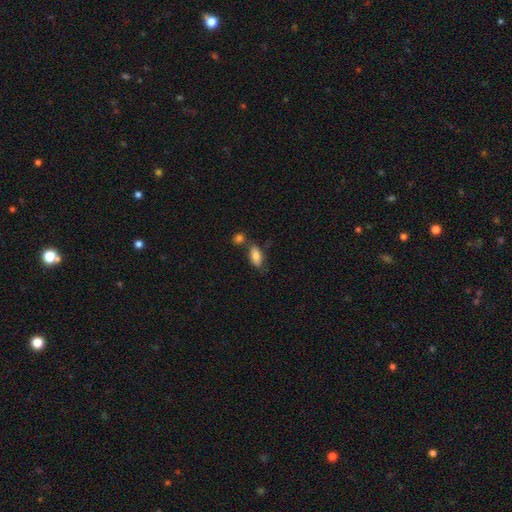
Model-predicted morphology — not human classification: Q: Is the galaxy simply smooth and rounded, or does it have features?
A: smooth — 80%.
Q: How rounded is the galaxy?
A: in between — 88%.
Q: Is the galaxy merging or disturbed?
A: none — 57%.